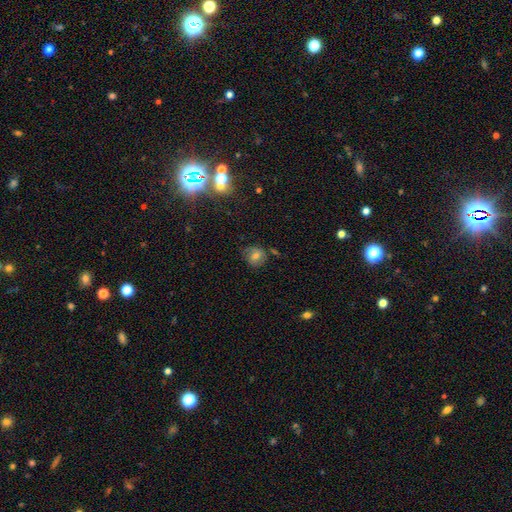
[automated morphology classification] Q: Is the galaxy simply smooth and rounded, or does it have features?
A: smooth — 60%.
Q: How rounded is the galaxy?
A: round — 76%.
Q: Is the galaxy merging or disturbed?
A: none — 68%.